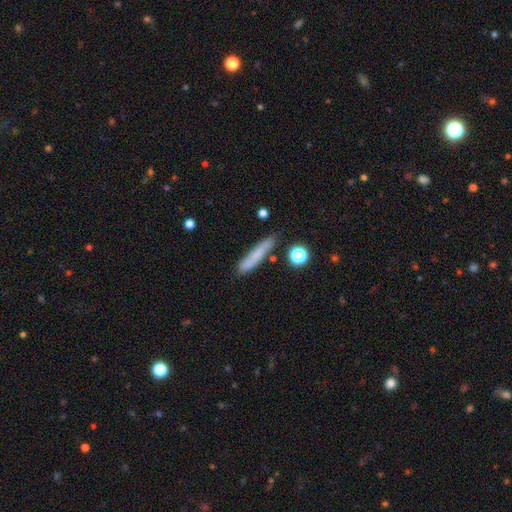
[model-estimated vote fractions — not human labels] A smooth galaxy with no disk features (72%) that is cigar-shaped (89%). Merging: none (75%).